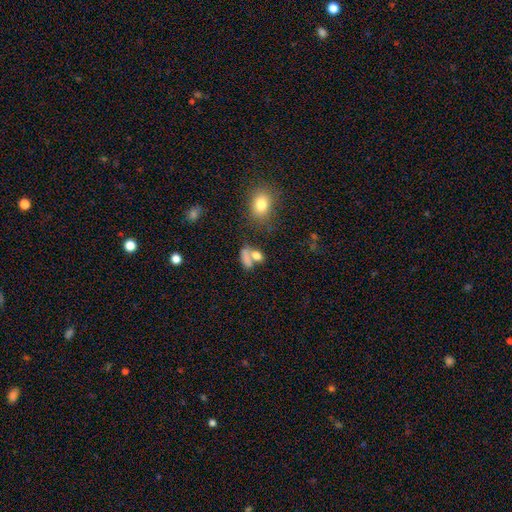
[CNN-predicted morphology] Smooth or featured? Predicted: smooth (p=0.55). How rounded? Predicted: in between (p=0.49). Merging? Predicted: none (p=0.49).